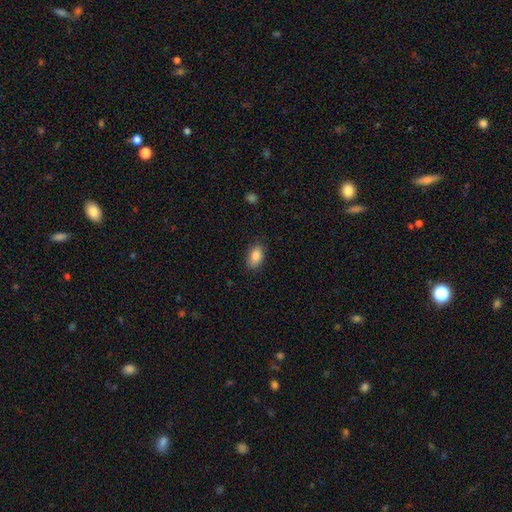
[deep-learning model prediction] The model was most divided on "merging": none: 83%, minor disturbance: 13%, major disturbance: 3%, merger: 1%. More confident: how rounded — in between (89%); smooth or featured — smooth (86%).